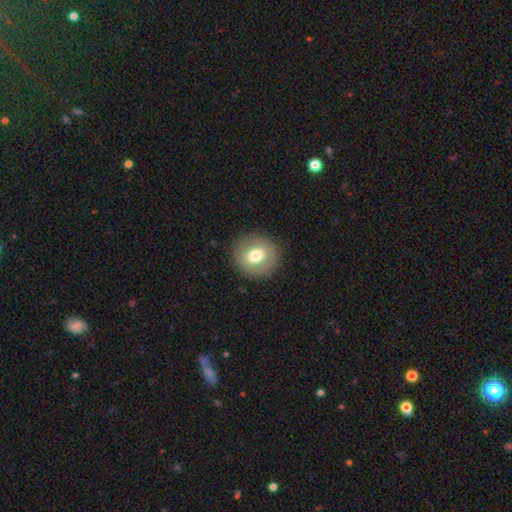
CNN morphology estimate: A smooth galaxy with no disk features (66%) that is round (83%). Merging: none (87%).